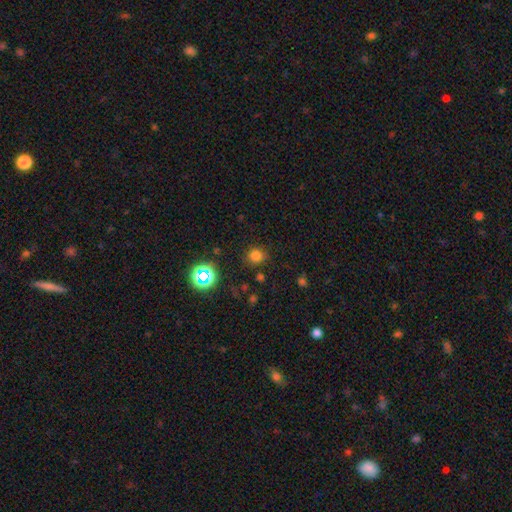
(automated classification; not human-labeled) A smooth galaxy with no disk features (73%) that is round (85%).

Vote fractions:
- Smooth or featured? smooth: 73% / star or artifact: 22% / featured or disk: 5%
- How rounded? round: 85% / in between: 14% / cigar-shaped: 1%
- Merging? none: 83% / minor disturbance: 11% / major disturbance: 4% / merger: 2%